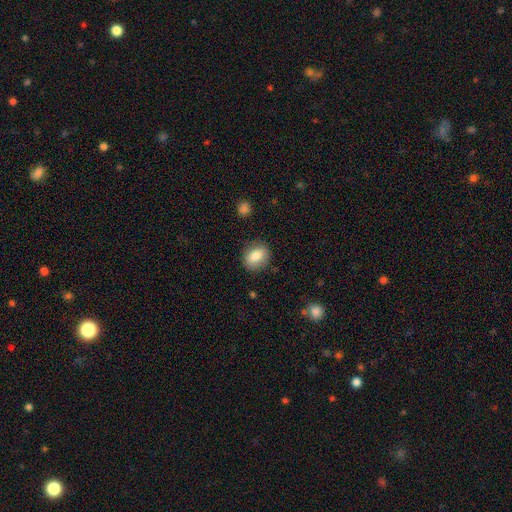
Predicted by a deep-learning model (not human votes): smooth-or-featured: smooth: 82% | featured or disk: 10% | star or artifact: 8%
  how-rounded: round: 51% | in between: 48% | cigar-shaped: 1%
  merging: none: 83% | minor disturbance: 12% | major disturbance: 3% | merger: 1%